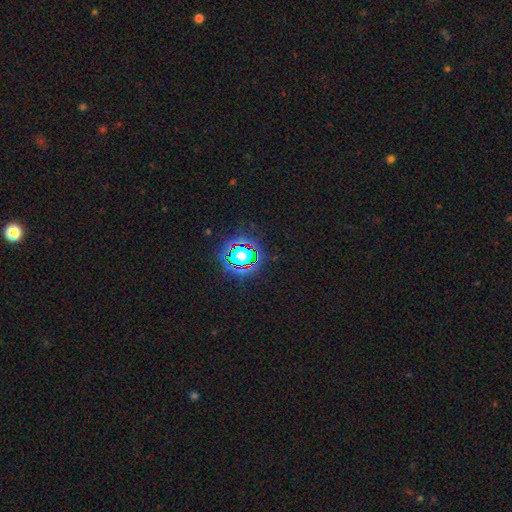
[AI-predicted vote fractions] This is likely a star or artifact rather than a galaxy (80%).